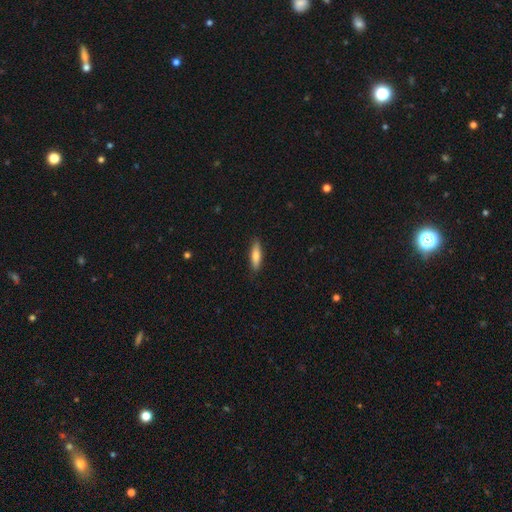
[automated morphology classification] This appears to be a smooth galaxy with no disk features (75%) that is cigar-shaped (65%). Merging: none (88%).